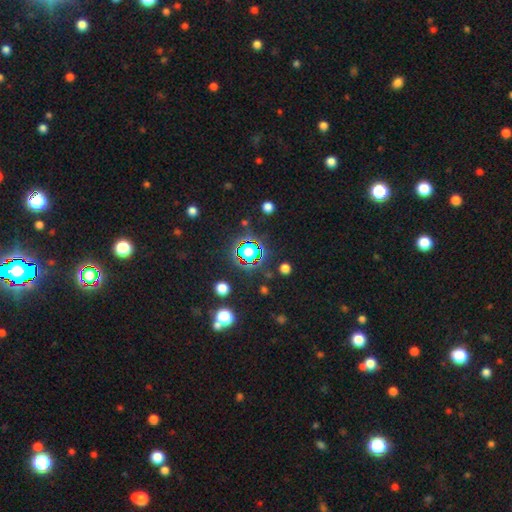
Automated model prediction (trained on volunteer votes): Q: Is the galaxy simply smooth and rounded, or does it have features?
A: star or artifact — 79%.